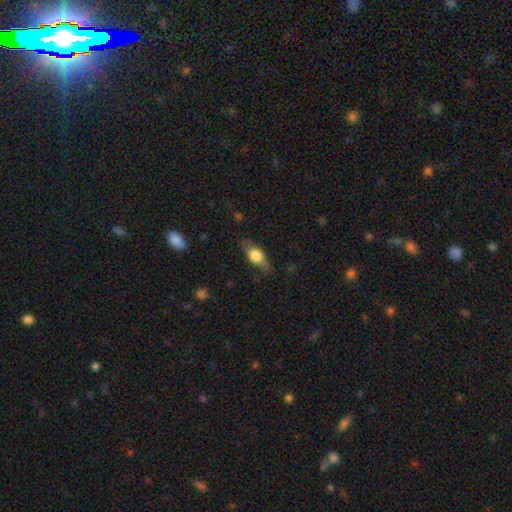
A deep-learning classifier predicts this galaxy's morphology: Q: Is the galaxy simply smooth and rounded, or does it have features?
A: smooth — 62%.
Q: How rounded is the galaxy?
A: in between — 72%.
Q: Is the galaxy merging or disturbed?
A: none — 76%.